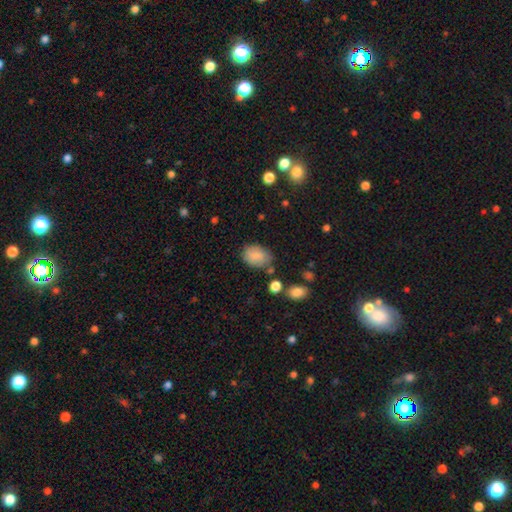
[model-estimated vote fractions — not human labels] Overall: smooth (83%). How rounded: in between (75%). Merging: none (71%).